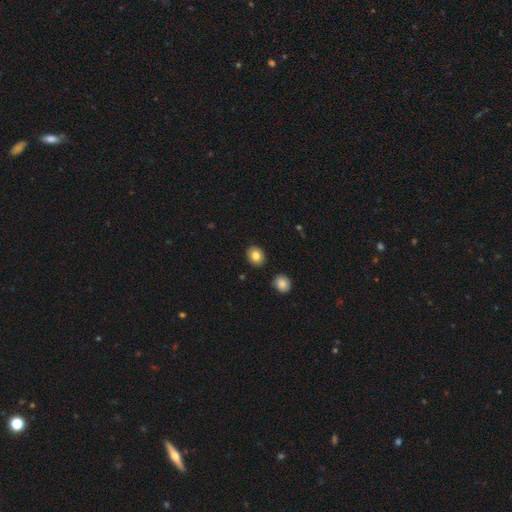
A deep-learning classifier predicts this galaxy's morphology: This appears to be a smooth galaxy with no disk features (82%) that is round (56%). Merging: none (89%).